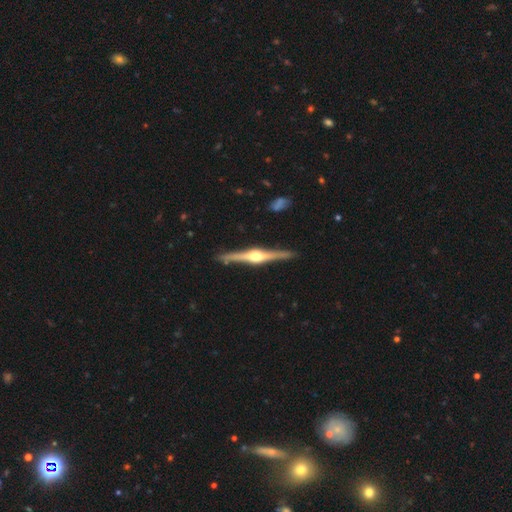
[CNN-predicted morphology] Smooth or featured? featured or disk (85%)
Edge-on disk? yes (98%)
Edge-on bulge? rounded (93%)
Merging? none (90%)